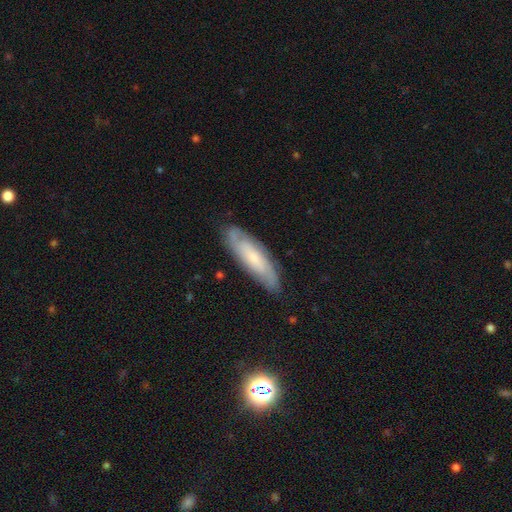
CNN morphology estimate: This is possibly a featured or disk galaxy (51%). It is likely not viewed edge-on (67%). Merging: likely none (78%).